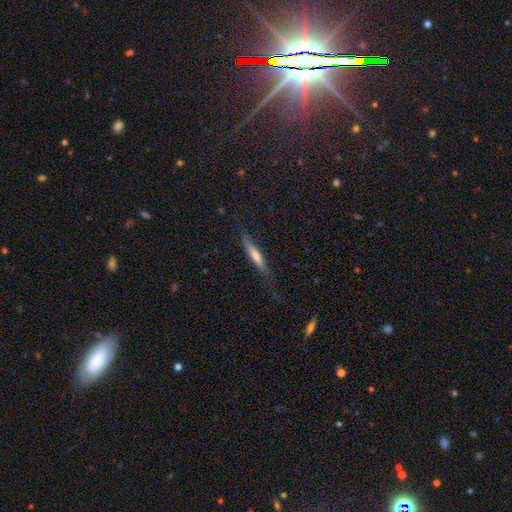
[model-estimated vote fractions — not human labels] A featured or disk galaxy (49%). Merging: none (72%).